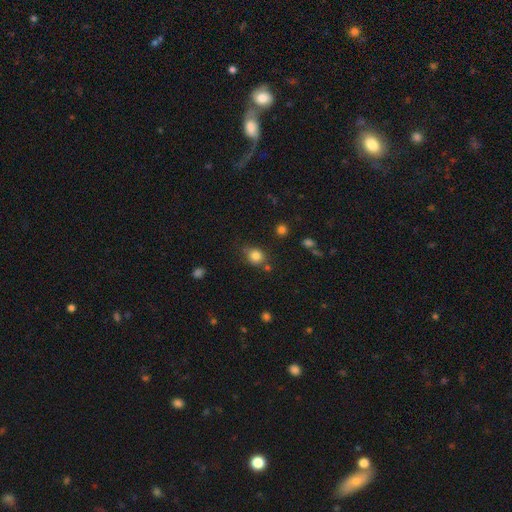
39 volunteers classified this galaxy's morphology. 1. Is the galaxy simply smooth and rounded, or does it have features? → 95% smooth, 3% featured or disk, 3% star or artifact.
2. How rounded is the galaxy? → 73% round, 27% in between, 0% cigar-shaped.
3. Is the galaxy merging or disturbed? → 79% none, 13% merger, 5% major disturbance, 3% minor disturbance.